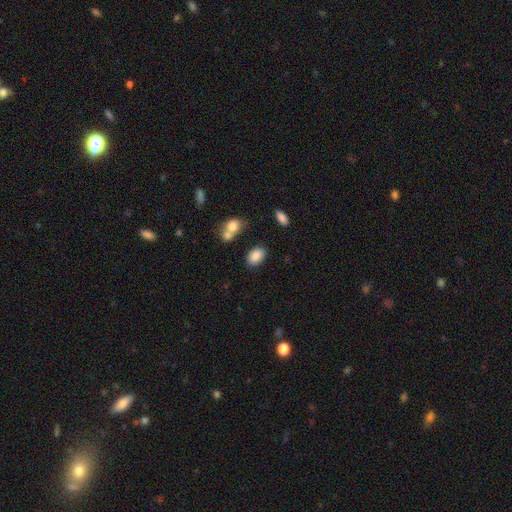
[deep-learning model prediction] This is clearly a smooth galaxy (85%). How rounded: clearly in between (89%). Merging: likely none (75%).